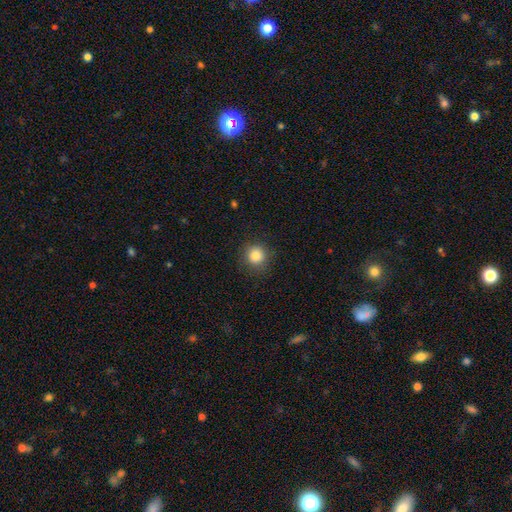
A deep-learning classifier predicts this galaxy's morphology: Q: Smooth or featured?
A: smooth (84%); runner-up: star or artifact (11%)
Q: How rounded?
A: round (92%); runner-up: in between (7%)
Q: Merging?
A: none (87%); runner-up: minor disturbance (9%)